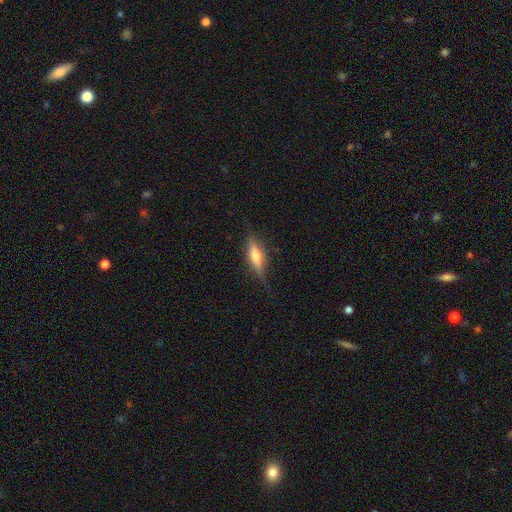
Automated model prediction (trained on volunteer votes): Smooth or featured? featured or disk (52%)
Edge-on disk? yes (93%)
Merging? none (79%)